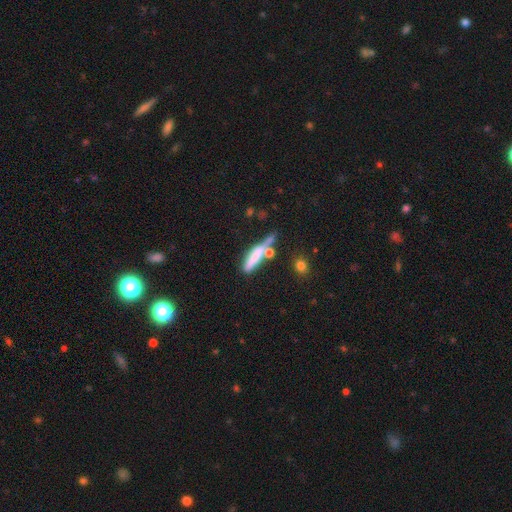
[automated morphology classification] Q: Smooth or featured?
A: smooth (64%); runner-up: featured or disk (27%)
Q: How rounded?
A: cigar-shaped (78%); runner-up: in between (19%)
Q: Merging?
A: none (43%); runner-up: merger (26%)